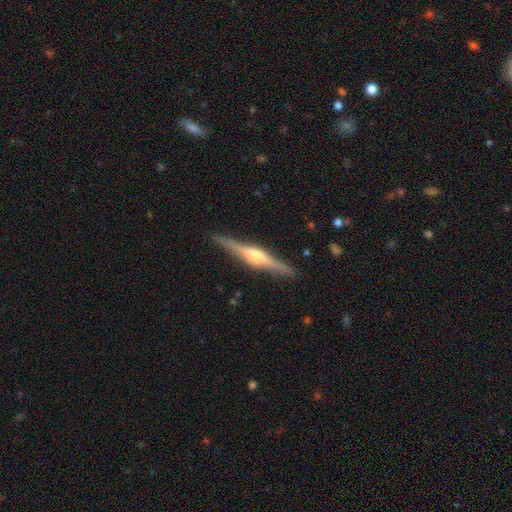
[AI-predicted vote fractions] smooth-or-featured: featured or disk: 82% | smooth: 13% | star or artifact: 5%
  disk-edge-on: yes: 98% | no: 2%
    edge-on-bulge: rounded: 84% | boxy: 11% | none: 4%
  merging: none: 91% | minor disturbance: 7% | major disturbance: 1% | merger: 1%